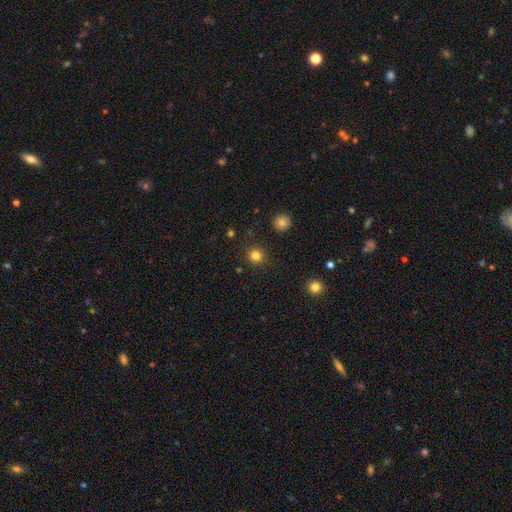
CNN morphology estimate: Smooth or featured: smooth — 82% (star or artifact — 14%)
How rounded: round — 94% (in between — 5%)
Merging: none — 91% (minor disturbance — 5%)